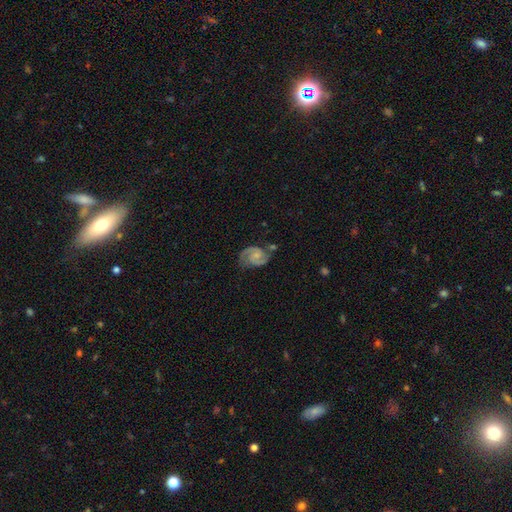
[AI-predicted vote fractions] Smooth or featured? Predicted: featured or disk (p=0.88). Edge-on disk? Predicted: no (p=0.98). Bar? Predicted: no (p=0.55). Spiral arms? Predicted: yes (p=0.98). Spiral winding? Predicted: medium (p=0.54). Spiral arm count? Predicted: 2 (p=0.92). Bulge size? Predicted: small (p=0.51). Merging? Predicted: none (p=0.65).